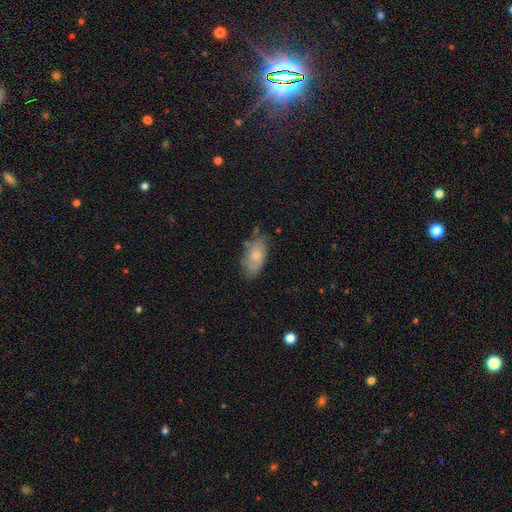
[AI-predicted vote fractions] Smooth or featured?
  - smooth: 62% *
  - featured or disk: 30%
  - star or artifact: 7%
How rounded?
  - in between: 92% *
  - round: 4%
  - cigar-shaped: 4%
Merging?
  - none: 58% *
  - minor disturbance: 30%
  - major disturbance: 9%
  - merger: 3%